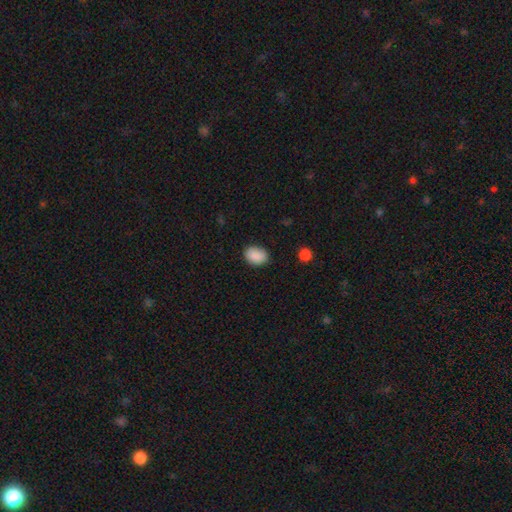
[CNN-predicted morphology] This appears to be a smooth galaxy with no disk features (89%) that is in between round and cigar-shaped (76%). Merging: none (85%).